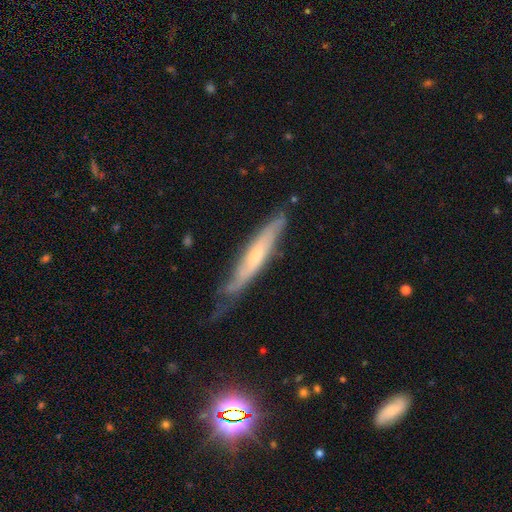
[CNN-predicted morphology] Smooth or featured? Predicted: featured or disk (p=0.58). Edge-on disk? Predicted: yes (p=0.67). Merging? Predicted: none (p=0.54).